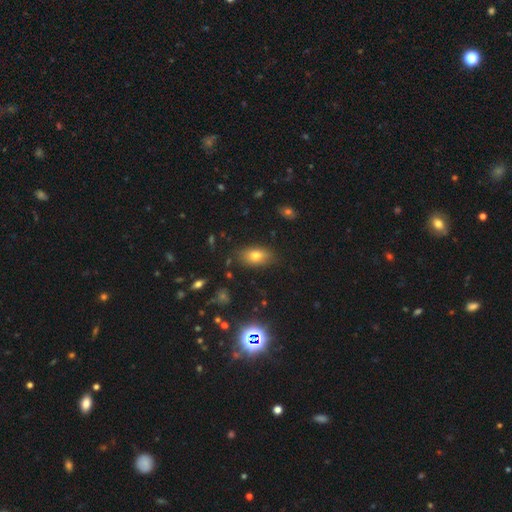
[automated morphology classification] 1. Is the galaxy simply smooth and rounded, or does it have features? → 73% smooth, 15% featured or disk, 12% star or artifact.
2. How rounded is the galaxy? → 85% in between, 9% round, 5% cigar-shaped.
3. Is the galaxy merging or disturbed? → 80% none, 14% minor disturbance, 4% major disturbance, 2% merger.